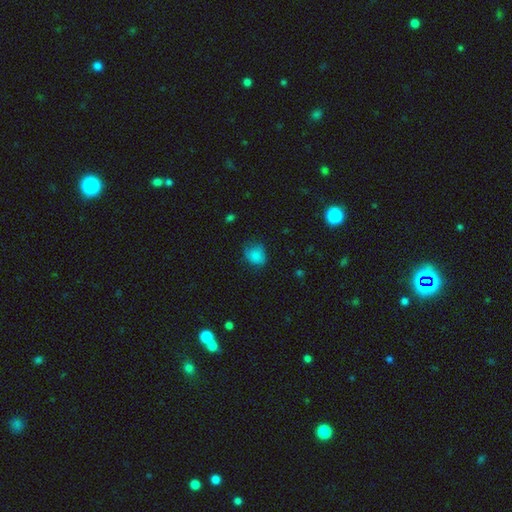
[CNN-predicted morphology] type=smooth (81%); roundness=round (60%); merging=none (58%).